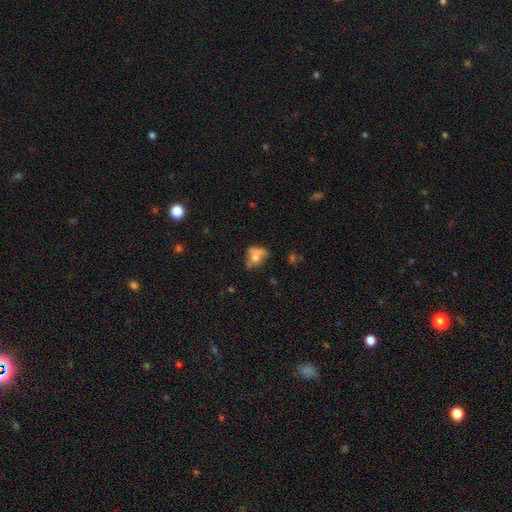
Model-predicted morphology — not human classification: smooth_or_featured: smooth (p=0.63) [alt: featured or disk p=0.25]
how_rounded: in between (p=0.54) [alt: round p=0.44]
merging: none (p=0.39) [alt: minor disturbance p=0.28]